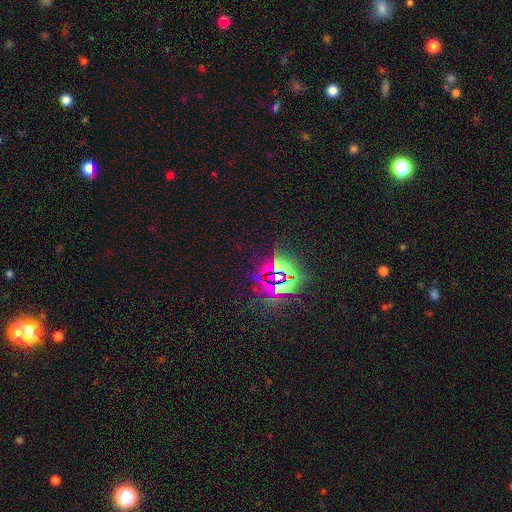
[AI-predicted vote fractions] Q: Smooth or featured?
A: star or artifact (83%); runner-up: smooth (9%)